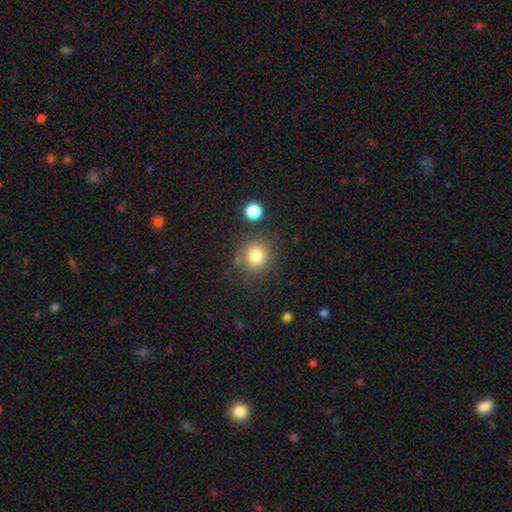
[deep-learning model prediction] smooth-or-featured: smooth: 80% | star or artifact: 12% | featured or disk: 8%
  how-rounded: round: 89% | in between: 10% | cigar-shaped: 1%
  merging: none: 78% | minor disturbance: 11% | merger: 7% | major disturbance: 4%